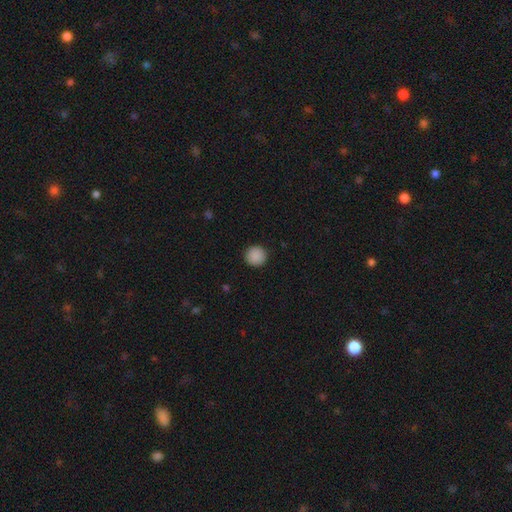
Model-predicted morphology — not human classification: This is clearly a smooth galaxy (89%). How rounded: clearly round (94%). Merging: clearly none (92%).